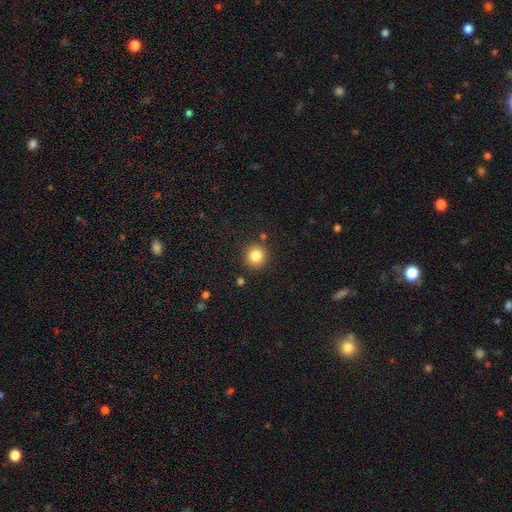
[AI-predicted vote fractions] Smooth or featured? smooth (84%)
How rounded? round (93%)
Merging? none (88%)